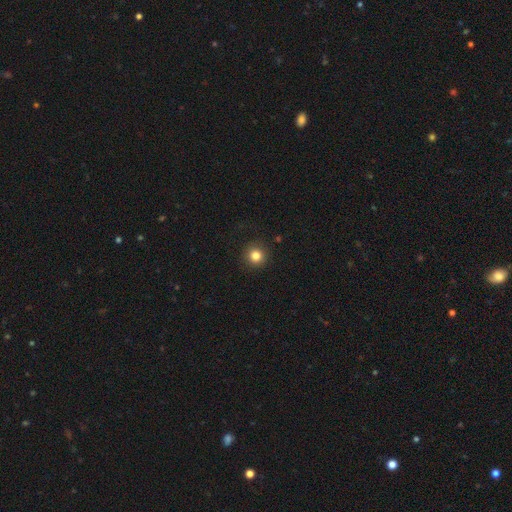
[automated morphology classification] smooth-or-featured: smooth: 82% | star or artifact: 12% | featured or disk: 5%
  how-rounded: round: 95% | in between: 4% | cigar-shaped: 1%
  merging: none: 91% | minor disturbance: 6% | major disturbance: 2% | merger: 1%